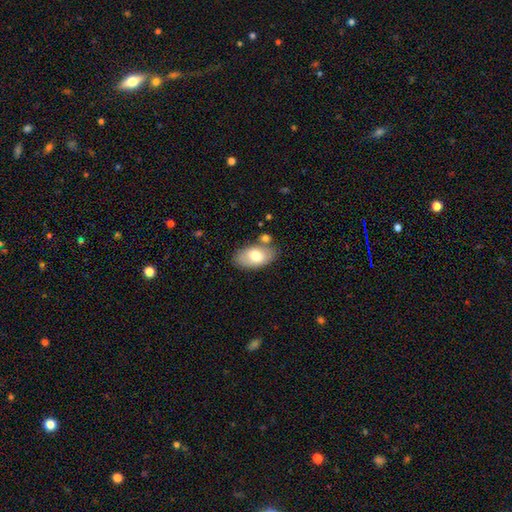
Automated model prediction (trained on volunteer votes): Q: Smooth or featured?
A: smooth (73%); runner-up: featured or disk (21%)
Q: How rounded?
A: in between (94%); runner-up: round (5%)
Q: Merging?
A: none (71%); runner-up: minor disturbance (16%)